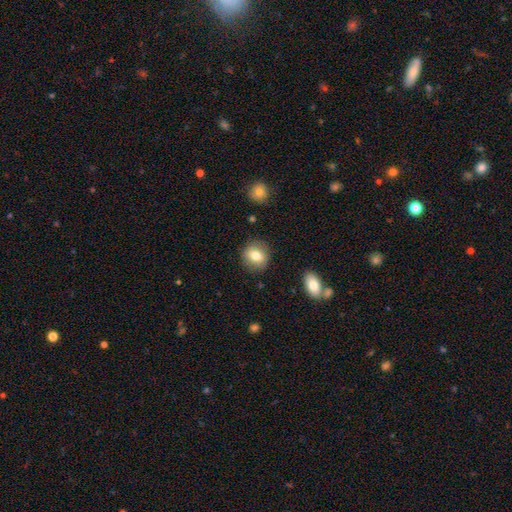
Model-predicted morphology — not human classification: smooth_or_featured: smooth (p=0.77) [alt: featured or disk p=0.14]
how_rounded: round (p=0.80) [alt: in between p=0.19]
merging: none (p=0.87) [alt: minor disturbance p=0.09]